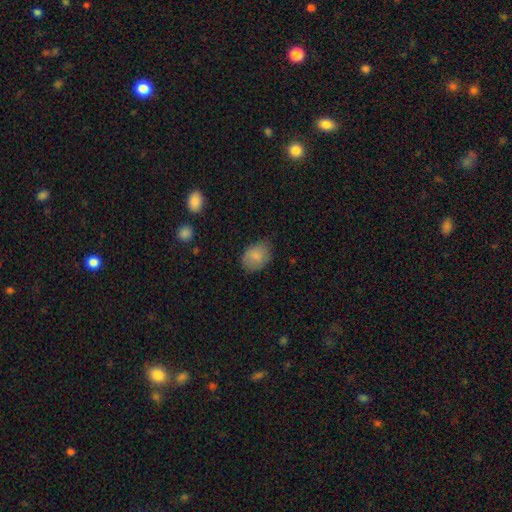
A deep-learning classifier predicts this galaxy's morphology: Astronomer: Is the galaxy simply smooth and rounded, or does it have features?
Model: smooth — 84%.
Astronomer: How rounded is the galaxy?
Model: in between — 70%.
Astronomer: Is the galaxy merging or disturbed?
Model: none — 69%.